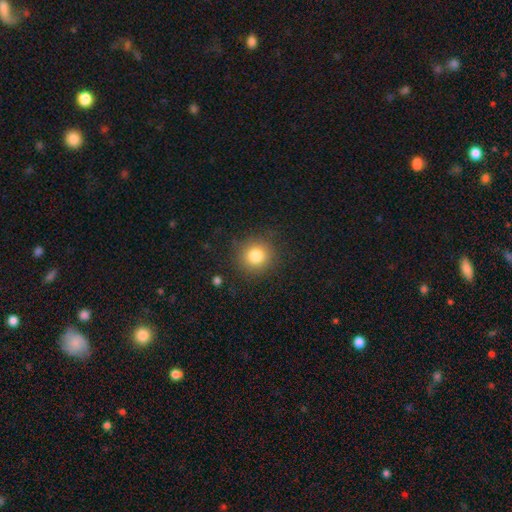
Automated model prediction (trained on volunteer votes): Morphology: type=smooth (82%); roundness=round (92%); merging=none (87%).